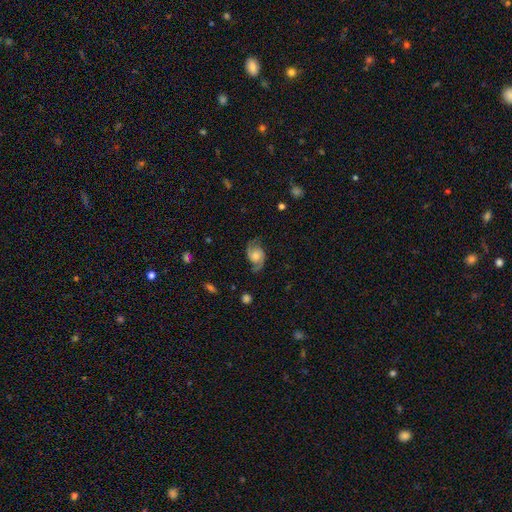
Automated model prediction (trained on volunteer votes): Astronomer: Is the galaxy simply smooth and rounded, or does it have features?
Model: featured or disk — 80%.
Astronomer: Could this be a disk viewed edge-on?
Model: no — 97%.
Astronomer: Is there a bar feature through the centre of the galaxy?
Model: no — 63%.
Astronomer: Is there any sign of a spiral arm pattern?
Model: yes — 96%.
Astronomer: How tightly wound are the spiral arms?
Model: medium — 48% (runner-up: loose, 36%).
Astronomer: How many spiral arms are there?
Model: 2 — 92%.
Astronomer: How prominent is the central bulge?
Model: moderate — 54%.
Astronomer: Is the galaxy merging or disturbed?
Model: none — 75%.